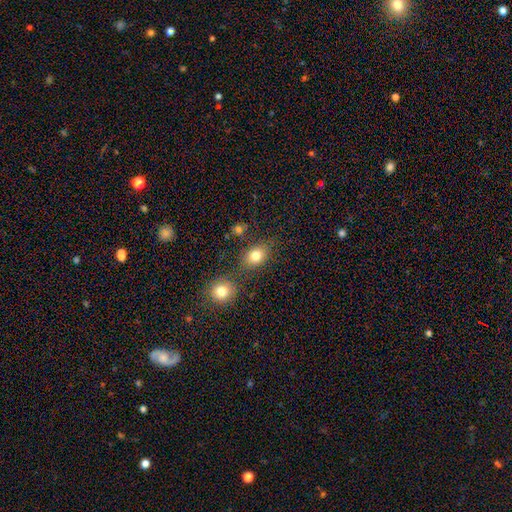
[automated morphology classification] Overall: smooth (81%). How rounded: in between (63%; round 35%). Merging: none (73%).